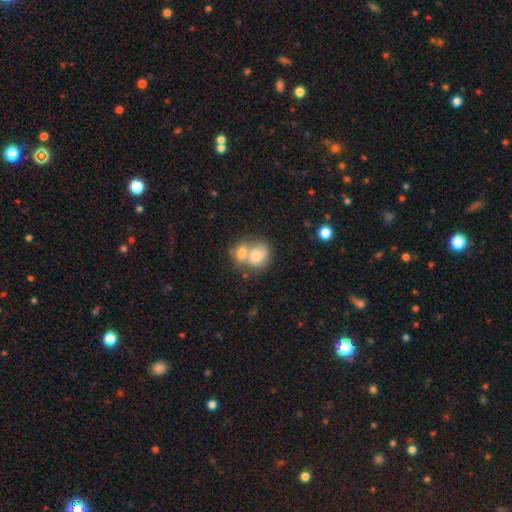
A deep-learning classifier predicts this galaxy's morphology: Smooth or featured? smooth (74%)
How rounded? round (59%)
Merging? merger (67%)